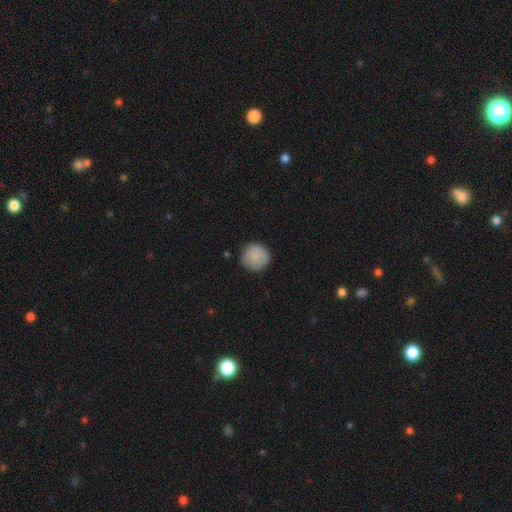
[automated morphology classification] A smooth galaxy with no disk features (86%) that is round (92%). Merging: none (81%).